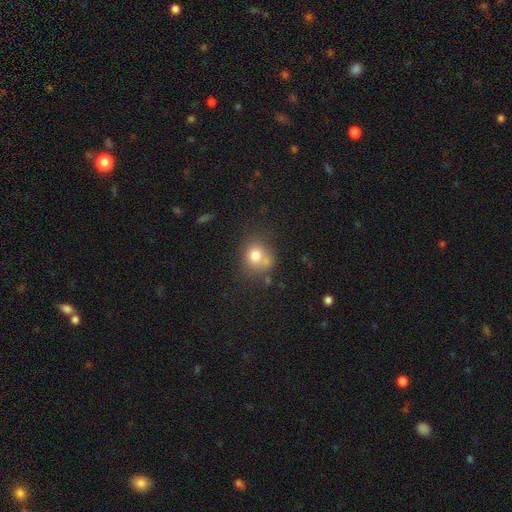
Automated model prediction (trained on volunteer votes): Smooth or featured: smooth — 77% (featured or disk — 12%)
How rounded: round — 73% (in between — 27%)
Merging: none — 50% (minor disturbance — 21%)